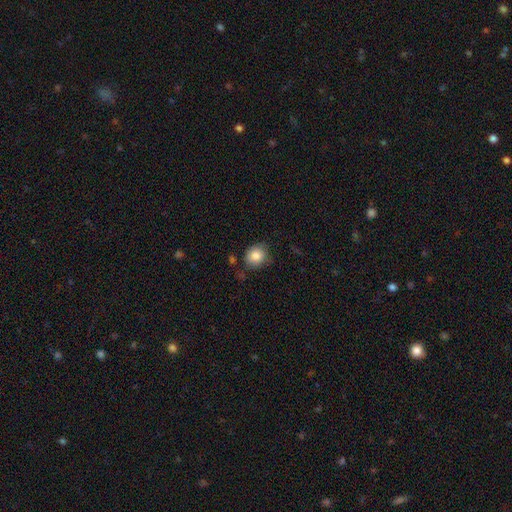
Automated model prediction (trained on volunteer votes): smooth_or_featured: smooth (p=0.84) [alt: star or artifact p=0.09]
how_rounded: round (p=0.72) [alt: in between p=0.27]
merging: none (p=0.73) [alt: minor disturbance p=0.19]